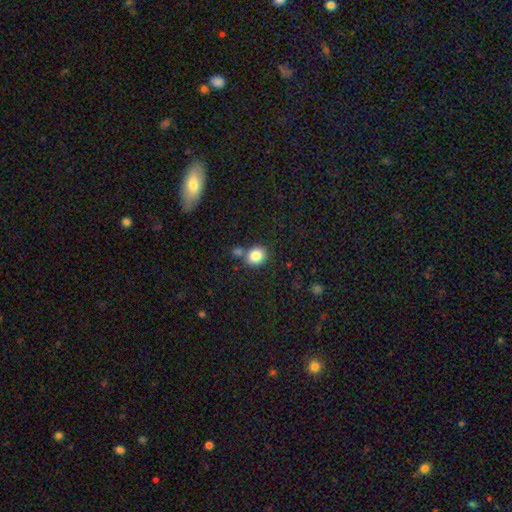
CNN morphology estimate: Overall: smooth (84%). How rounded: round (75%). Merging: none (71%).